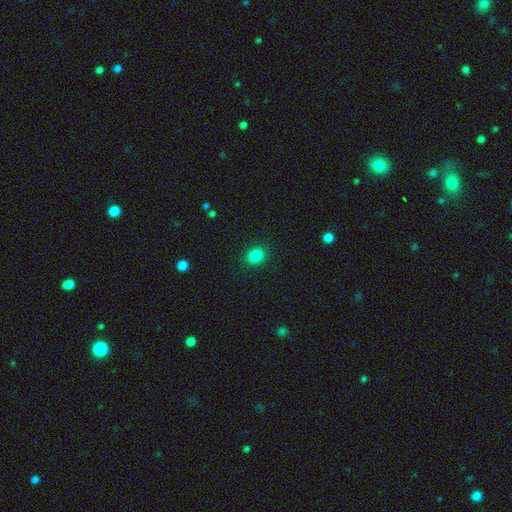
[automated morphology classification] The model was most divided on "how rounded": round: 64%, in between: 35%, cigar-shaped: 1%. More confident: merging — none (89%); smooth or featured — smooth (85%).